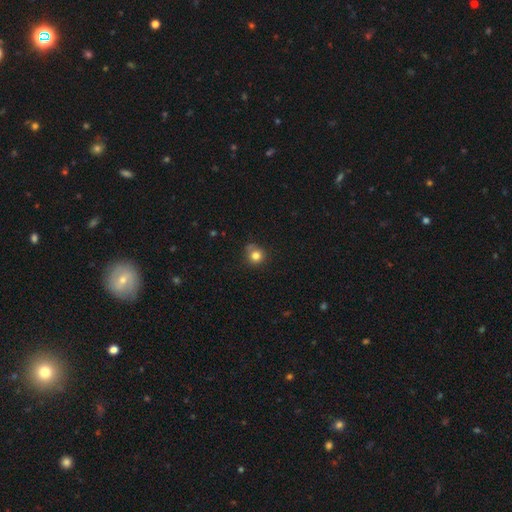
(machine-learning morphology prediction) smooth 80%, star or artifact 12%, featured or disk 8%. Down the decision tree: how rounded — round (88%); merging — none (69%).